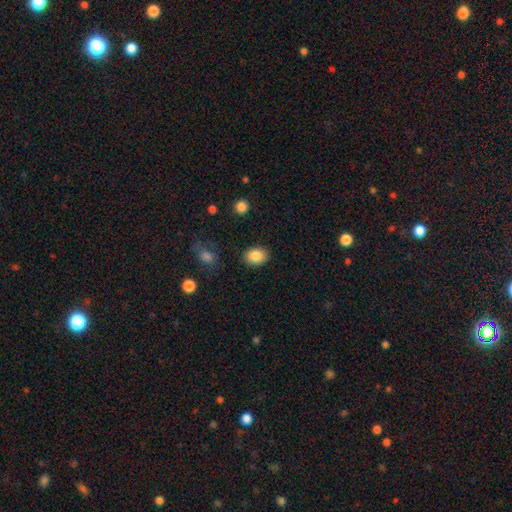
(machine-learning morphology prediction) This appears to be a smooth galaxy with no disk features (86%) that is in between round and cigar-shaped (72%). Merging: none (86%).